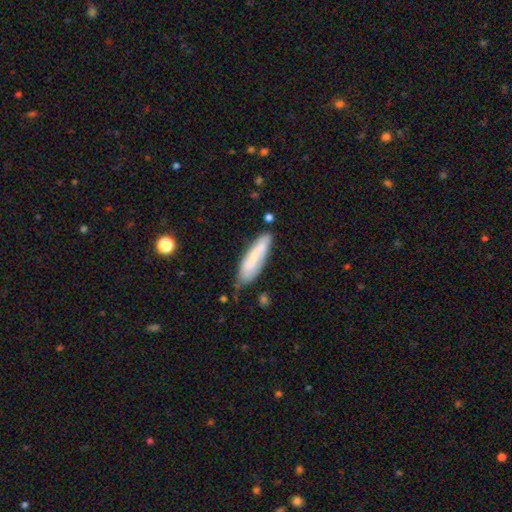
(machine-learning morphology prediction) A smooth galaxy with no disk features (58%) that is cigar-shaped (60%). Merging: none (69%).